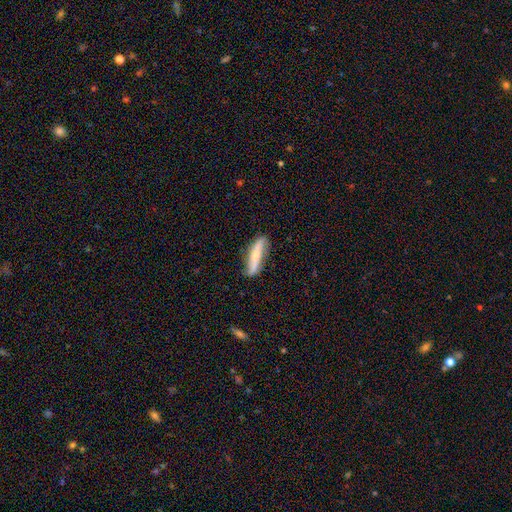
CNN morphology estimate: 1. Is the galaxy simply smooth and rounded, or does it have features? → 55% featured or disk, 39% smooth, 6% star or artifact.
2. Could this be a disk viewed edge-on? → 52% yes, 48% no.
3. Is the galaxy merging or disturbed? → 76% none, 18% minor disturbance, 4% major disturbance, 2% merger.